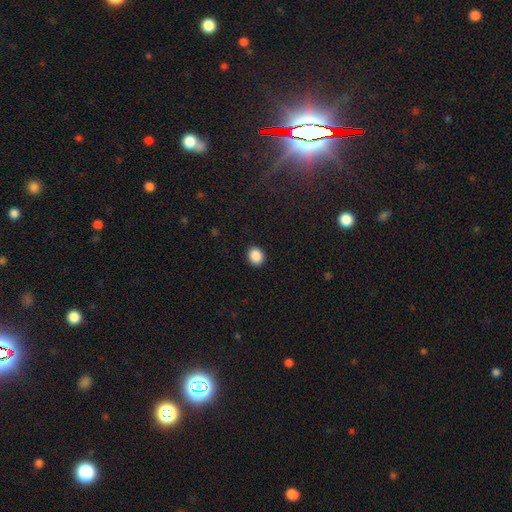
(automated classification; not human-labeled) Morphology: type=smooth (88%); roundness=round (65%); merging=none (91%).